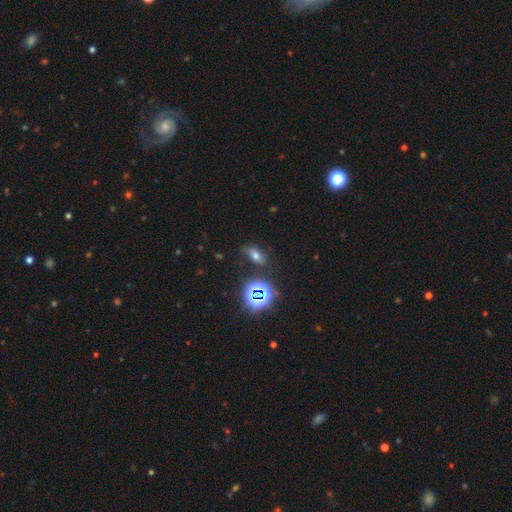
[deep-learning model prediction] Smooth or featured? smooth (53%)
How rounded? in between (78%)
Merging? none (69%)